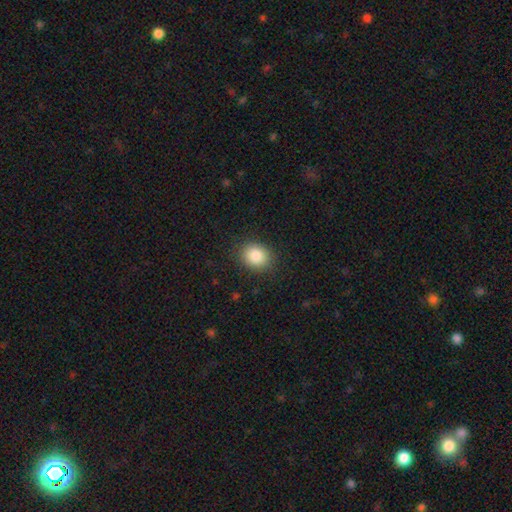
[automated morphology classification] smooth_or_featured: smooth (p=0.86) [alt: star or artifact p=0.09]
how_rounded: round (p=0.62) [alt: in between p=0.37]
merging: none (p=0.88) [alt: minor disturbance p=0.09]